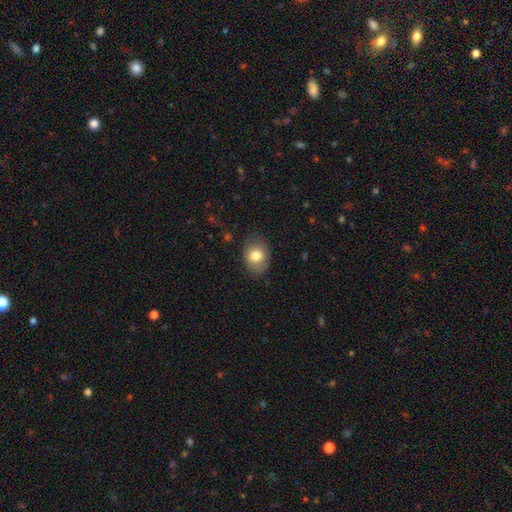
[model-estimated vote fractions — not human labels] A smooth galaxy with no disk features (78%) that is in between round and cigar-shaped (60%).

Vote fractions:
- Smooth or featured? smooth: 78% / featured or disk: 14% / star or artifact: 8%
- How rounded? in between: 60% / round: 39% / cigar-shaped: 1%
- Merging? none: 77% / minor disturbance: 18% / major disturbance: 5% / merger: 1%